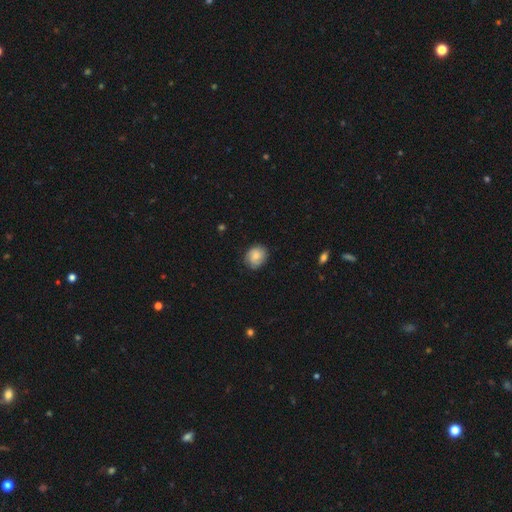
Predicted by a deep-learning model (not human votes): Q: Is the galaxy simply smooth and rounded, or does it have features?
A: smooth — 69%.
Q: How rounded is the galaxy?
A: round — 65%.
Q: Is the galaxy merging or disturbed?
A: none — 76%.